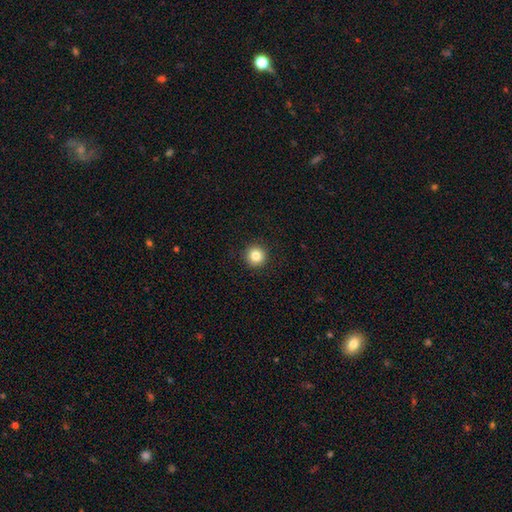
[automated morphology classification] Q: Smooth or featured?
A: smooth (84%); runner-up: star or artifact (11%)
Q: How rounded?
A: round (95%); runner-up: in between (4%)
Q: Merging?
A: none (93%); runner-up: minor disturbance (5%)